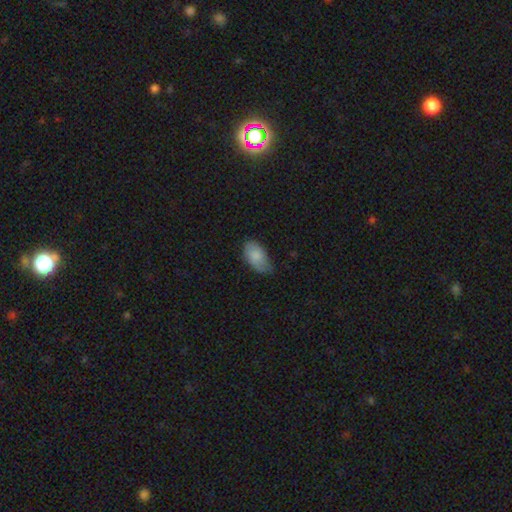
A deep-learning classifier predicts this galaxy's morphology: Q: Smooth or featured?
A: smooth (82%); runner-up: featured or disk (12%)
Q: How rounded?
A: in between (94%); runner-up: round (4%)
Q: Merging?
A: none (51%); runner-up: minor disturbance (40%)